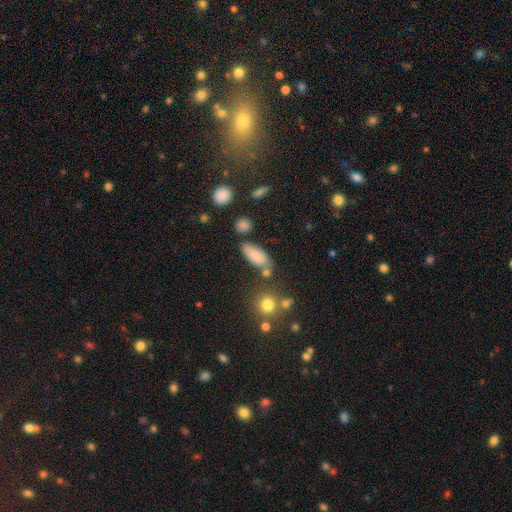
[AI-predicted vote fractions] smooth_or_featured: smooth (p=0.81) [alt: featured or disk p=0.11]
how_rounded: in between (p=0.80) [alt: cigar-shaped p=0.17]
merging: none (p=0.68) [alt: minor disturbance p=0.17]